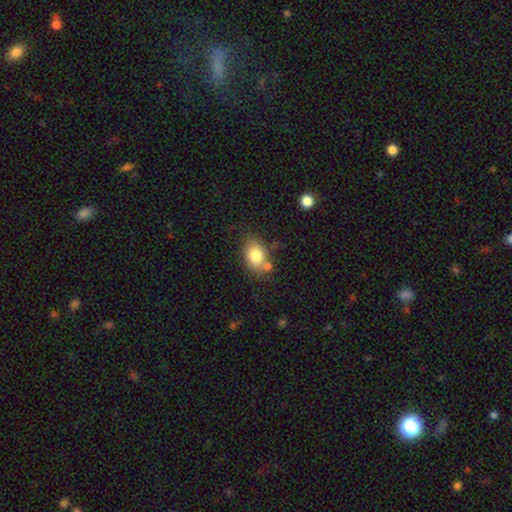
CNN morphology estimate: A smooth galaxy with no disk features (79%) that is in between round and cigar-shaped (72%). Merging: none (62%).